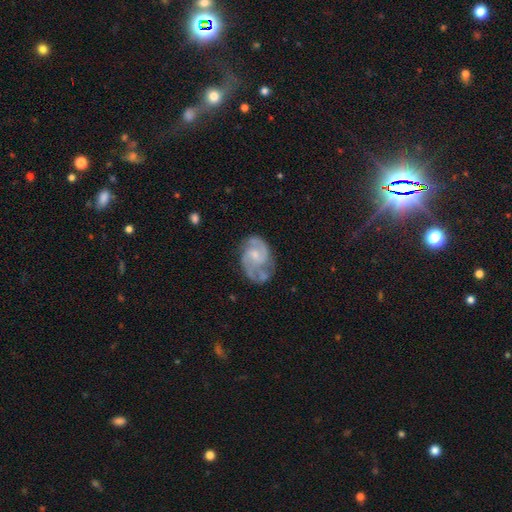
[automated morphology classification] smooth_or_featured: featured or disk (p=0.83) [alt: smooth p=0.12]
disk_edge_on: no (p=0.98) [alt: yes p=0.02]
bar: no (p=0.51) [alt: weak p=0.42]
has_spiral_arms: yes (p=0.94) [alt: no p=0.06]
spiral_winding: medium (p=0.53) [alt: tight p=0.28]
spiral_arm_count: 2 (p=0.70) [alt: 3 p=0.12]
bulge_size: small (p=0.56) [alt: moderate p=0.32]
merging: none (p=0.60) [alt: minor disturbance p=0.24]